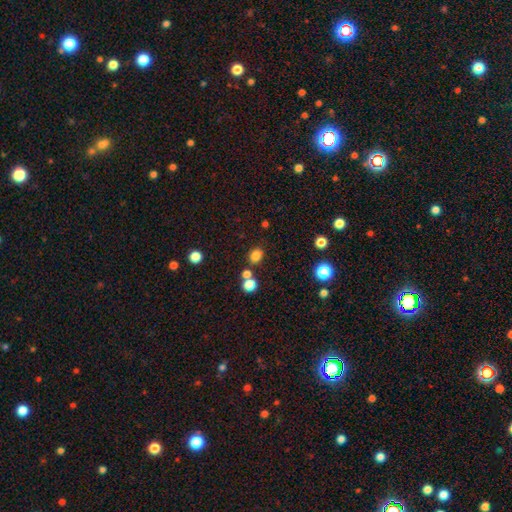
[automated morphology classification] smooth-or-featured: smooth: 79% | star or artifact: 15% | featured or disk: 5%
  how-rounded: in between: 50% | round: 49% | cigar-shaped: 1%
  merging: none: 73% | merger: 13% | minor disturbance: 10% | major disturbance: 4%